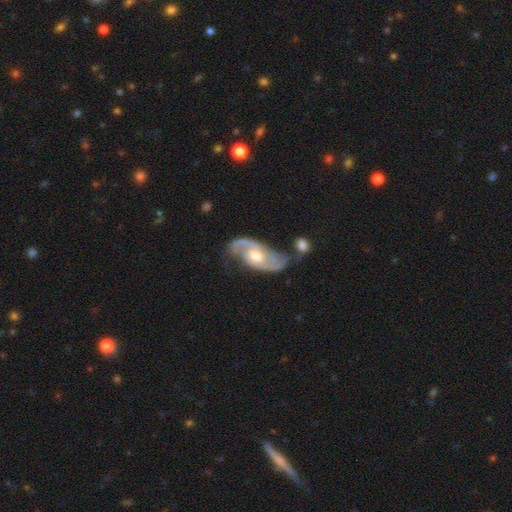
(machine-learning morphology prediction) smooth-or-featured: featured or disk: 89% | smooth: 7% | star or artifact: 4%
  disk-edge-on: no: 96% | yes: 4%
    bar: no: 57% | weak: 33% | strong: 9%
    has-spiral-arms: yes: 96% | no: 4%
      spiral-winding: medium: 50% | tight: 31% | loose: 20%
      spiral-arm-count: 2: 89% | can't tell: 4% | 1: 2% | 3: 2% | 4: 1% | more than 4: 1%
    bulge-size: moderate: 75% | small: 14% | large: 8% | none: 1% | dominant: 1%
  merging: none: 63% | minor disturbance: 19% | merger: 10% | major disturbance: 8%